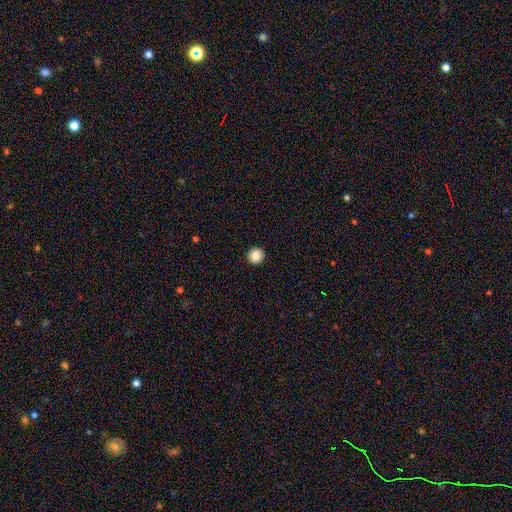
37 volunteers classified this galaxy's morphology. Smooth or featured: smooth — 89% (featured or disk — 5%)
How rounded: round — 97% (cigar-shaped — 3%)
Merging: none — 91% (minor disturbance — 6%)